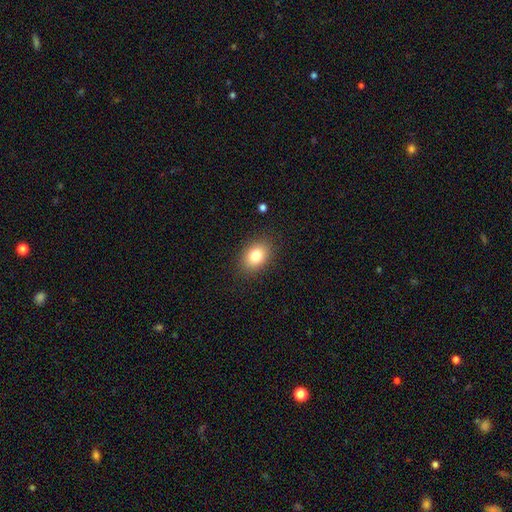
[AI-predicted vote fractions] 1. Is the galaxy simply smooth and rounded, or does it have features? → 81% smooth, 10% star or artifact, 9% featured or disk.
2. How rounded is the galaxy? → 66% in between, 33% round, 1% cigar-shaped.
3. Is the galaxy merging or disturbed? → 87% none, 9% minor disturbance, 3% major disturbance, 1% merger.